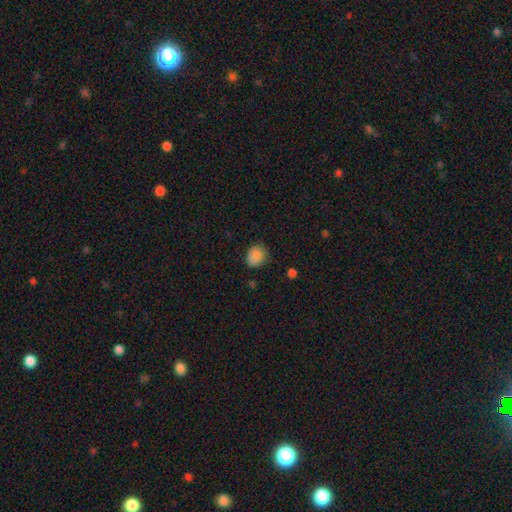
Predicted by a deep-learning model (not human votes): smooth 84%, star or artifact 9%, featured or disk 7%. Down the decision tree: how rounded — round (67%); merging — none (70%).